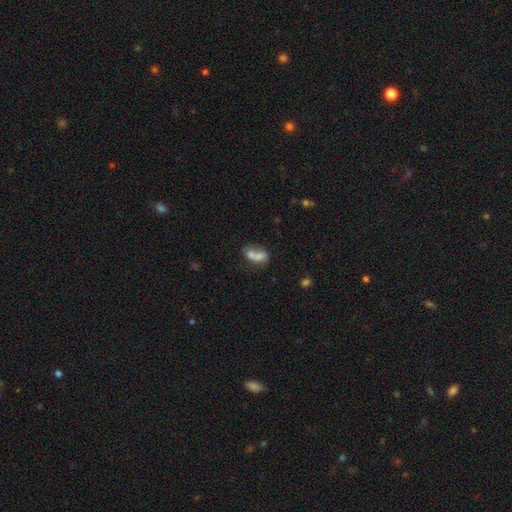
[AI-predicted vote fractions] Q: Smooth or featured?
A: smooth (65%); runner-up: featured or disk (25%)
Q: How rounded?
A: in between (71%); runner-up: round (26%)
Q: Merging?
A: merger (66%); runner-up: none (19%)